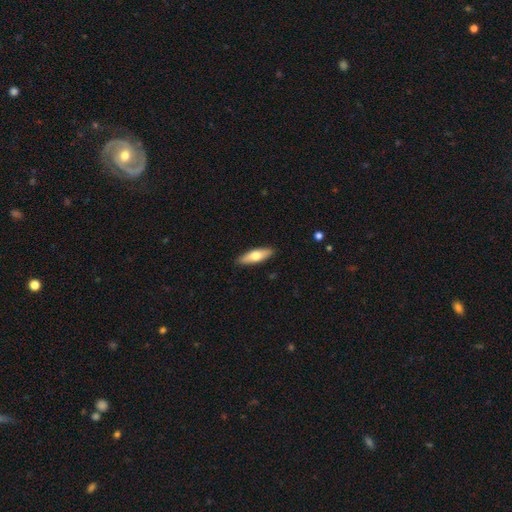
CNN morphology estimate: smooth-or-featured: smooth: 65% | featured or disk: 30% | star or artifact: 5%
  how-rounded: in between: 51% | cigar-shaped: 47% | round: 2%
  merging: none: 90% | minor disturbance: 8% | major disturbance: 2% | merger: 1%